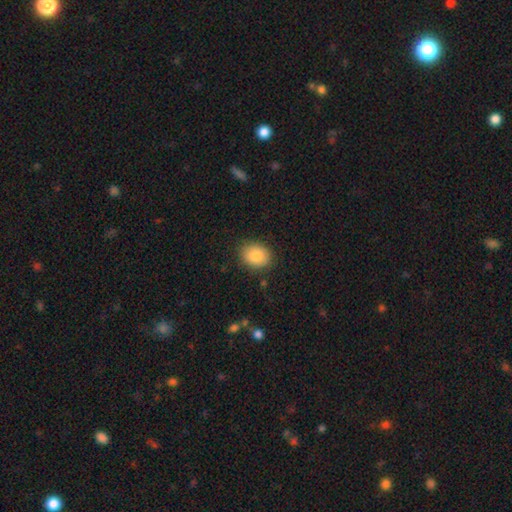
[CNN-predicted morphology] Smooth or featured: smooth — 85% (star or artifact — 8%)
How rounded: round — 52% (in between — 47%)
Merging: none — 86% (minor disturbance — 10%)